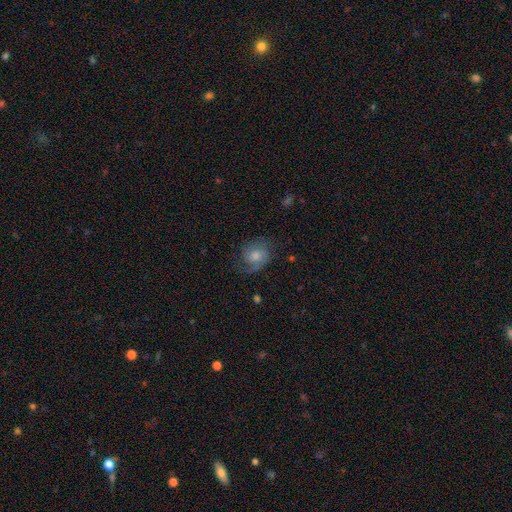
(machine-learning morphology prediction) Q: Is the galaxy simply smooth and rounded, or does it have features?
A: featured or disk — 65%.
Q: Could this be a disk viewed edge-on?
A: no — 97%.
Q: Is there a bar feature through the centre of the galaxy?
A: no — 70%.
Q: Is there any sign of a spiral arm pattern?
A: yes — 92%.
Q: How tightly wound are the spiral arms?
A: medium — 44%.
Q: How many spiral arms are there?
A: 2 — 68%.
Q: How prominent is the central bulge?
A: moderate — 58%.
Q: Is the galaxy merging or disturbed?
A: none — 71%.